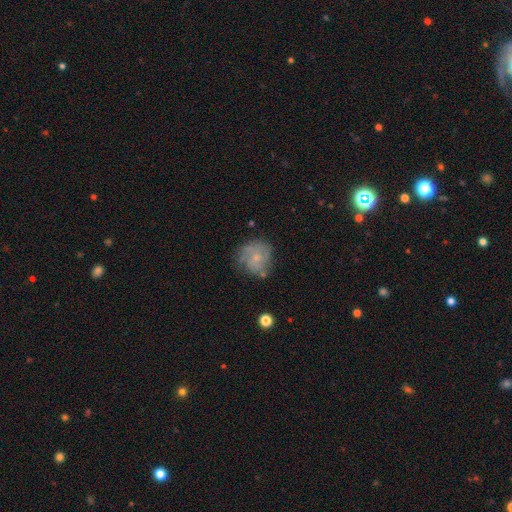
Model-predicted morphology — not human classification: Smooth or featured?
  - featured or disk: 53% *
  - smooth: 37%
  - star or artifact: 10%
Edge-on disk?
  - no: 98% *
  - yes: 2%
Bar?
  - no: 82% *
  - weak: 15%
  - strong: 2%
Spiral arms?
  - yes: 69% *
  - no: 31%
Bulge size?
  - small: 69% *
  - moderate: 17%
  - none: 11%
  - large: 1%
  - dominant: 1%
Merging?
  - none: 60% *
  - minor disturbance: 24%
  - major disturbance: 13%
  - merger: 4%